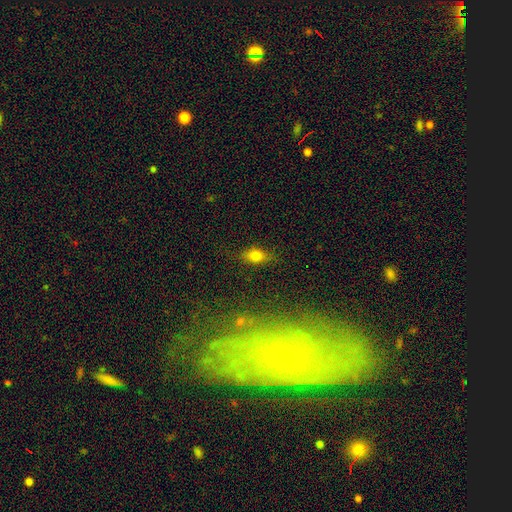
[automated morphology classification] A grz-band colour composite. It shows a smooth galaxy with no disk features (71%) that is in between round and cigar-shaped (79%). Merging: none (80%).